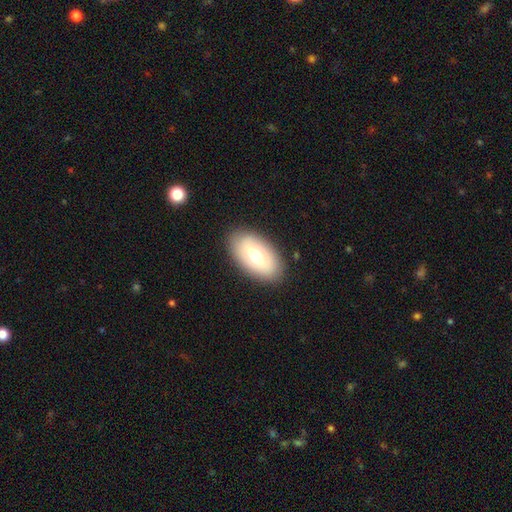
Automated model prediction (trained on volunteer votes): smooth 64%, featured or disk 29%, star or artifact 7%. Down the decision tree: how rounded — in between (93%); merging — none (87%).